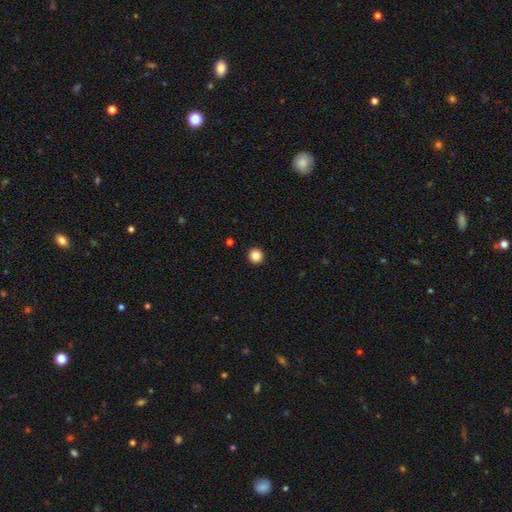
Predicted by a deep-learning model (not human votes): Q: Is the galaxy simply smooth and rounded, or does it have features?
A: smooth — 87%.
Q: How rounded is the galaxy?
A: round — 95%.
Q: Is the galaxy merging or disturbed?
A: none — 94%.